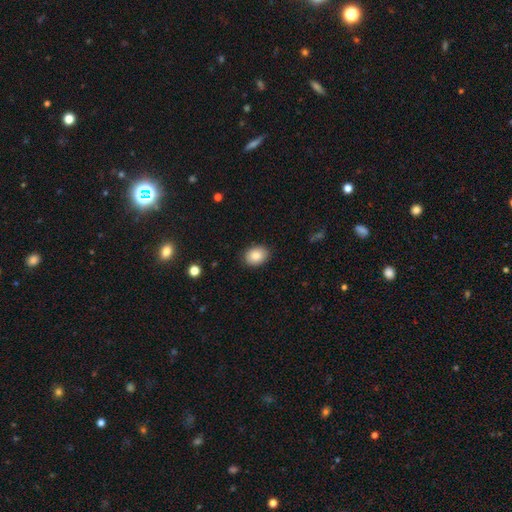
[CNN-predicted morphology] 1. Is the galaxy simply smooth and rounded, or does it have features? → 87% smooth, 8% star or artifact, 6% featured or disk.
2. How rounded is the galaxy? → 66% in between, 34% round, 1% cigar-shaped.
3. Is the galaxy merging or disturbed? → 87% none, 9% minor disturbance, 2% major disturbance, 1% merger.